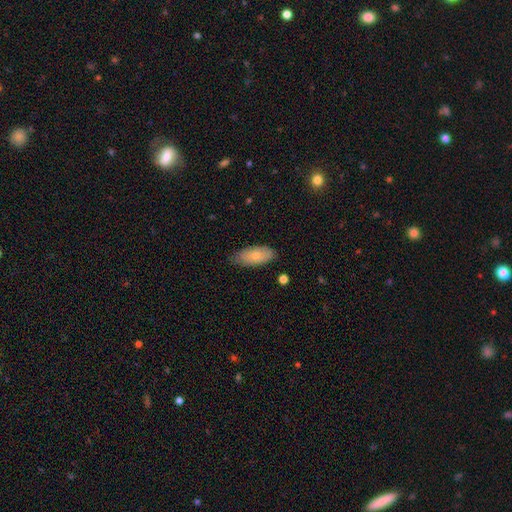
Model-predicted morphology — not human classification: Smooth or featured?
  - smooth: 74% *
  - featured or disk: 20%
  - star or artifact: 6%
How rounded?
  - in between: 89% *
  - cigar-shaped: 9%
  - round: 3%
Merging?
  - none: 68% *
  - minor disturbance: 26%
  - major disturbance: 4%
  - merger: 1%